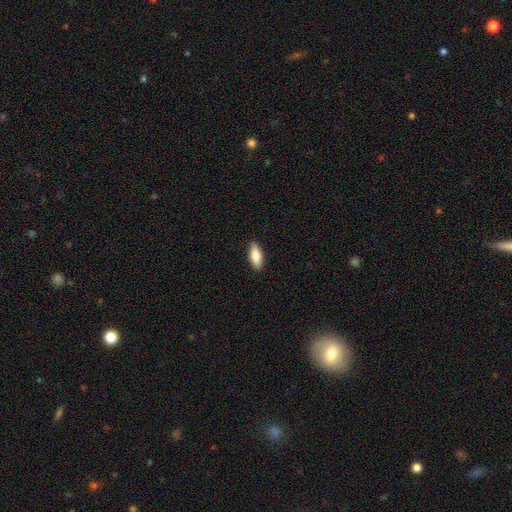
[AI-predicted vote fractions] smooth-or-featured: smooth: 79% | featured or disk: 15% | star or artifact: 6%
  how-rounded: in between: 75% | cigar-shaped: 22% | round: 2%
  merging: none: 89% | minor disturbance: 8% | major disturbance: 2% | merger: 1%